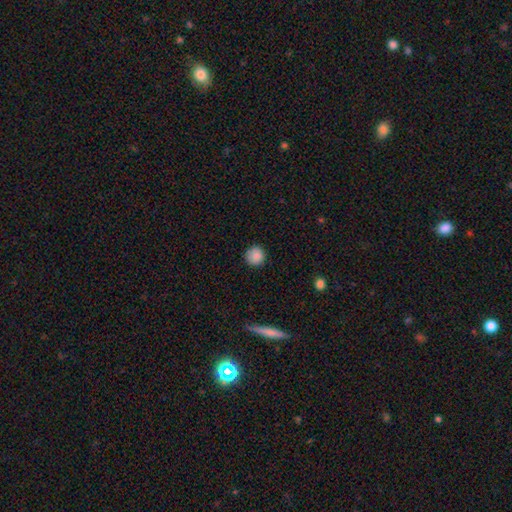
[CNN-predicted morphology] Smooth or featured? Predicted: smooth (p=0.87). How rounded? Predicted: round (p=0.93). Merging? Predicted: none (p=0.87).